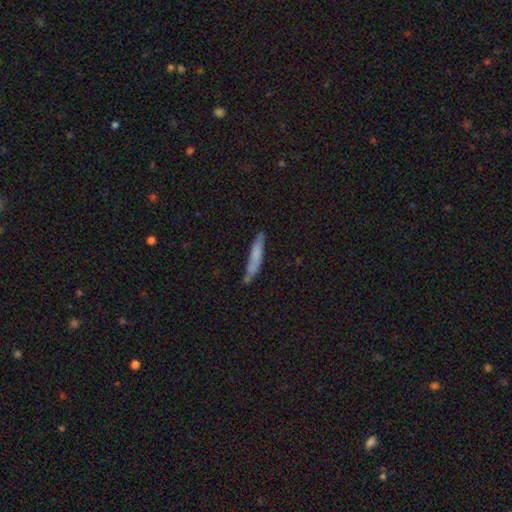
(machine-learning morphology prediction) This is likely a smooth galaxy (68%). How rounded: clearly cigar-shaped (91%). Merging: likely none (69%).